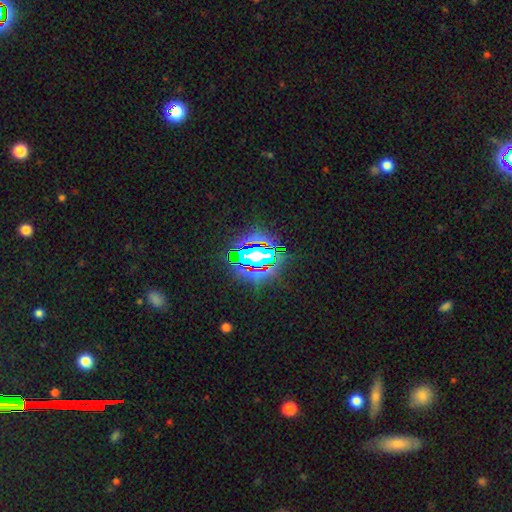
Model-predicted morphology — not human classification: A star or artifact, not a galaxy (68%).

Vote fractions:
- Smooth or featured? star or artifact: 68% / smooth: 20% / featured or disk: 13%